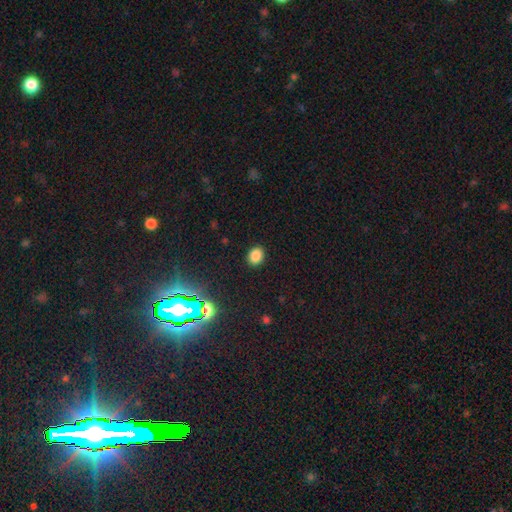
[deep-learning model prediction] smooth-or-featured: smooth: 83% | star or artifact: 13% | featured or disk: 4%
  how-rounded: round: 50% | in between: 49% | cigar-shaped: 1%
  merging: none: 89% | minor disturbance: 7% | major disturbance: 2% | merger: 1%